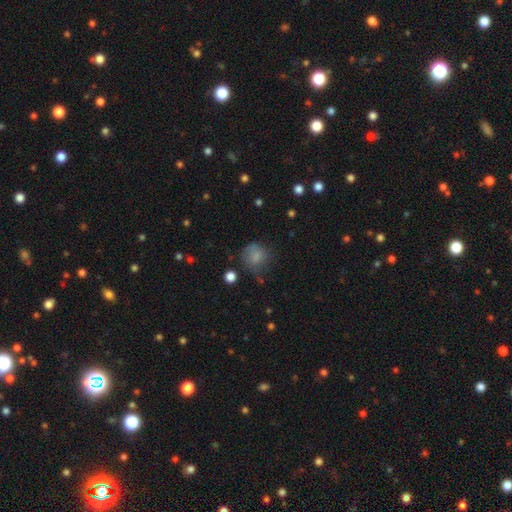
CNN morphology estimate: Smooth or featured? Predicted: smooth (p=0.75). How rounded? Predicted: round (p=0.75). Merging? Predicted: none (p=0.47).